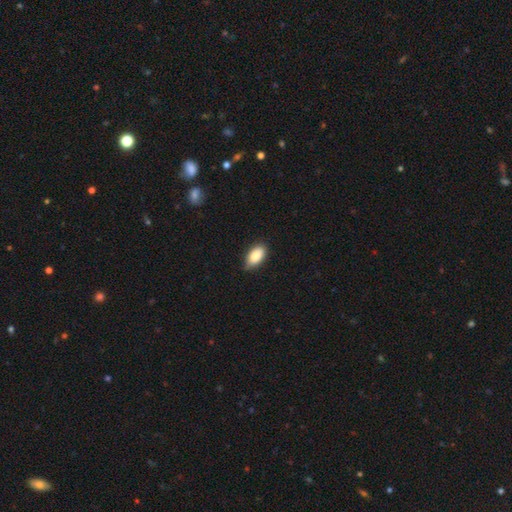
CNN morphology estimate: Overall: smooth (85%). How rounded: in between (92%). Merging: none (78%).